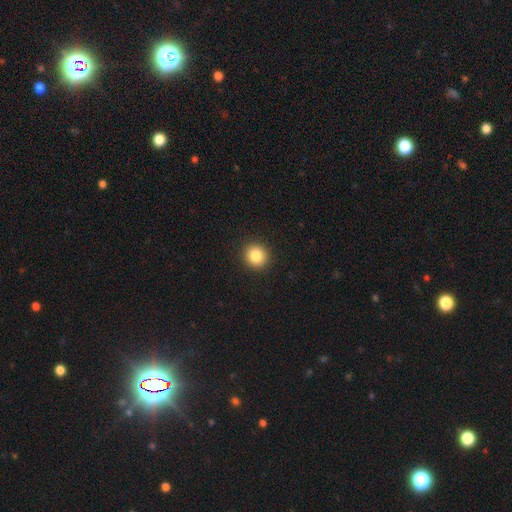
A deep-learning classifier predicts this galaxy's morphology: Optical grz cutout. It shows a smooth galaxy with no disk features (84%) that is round (90%). Merging: none (92%).